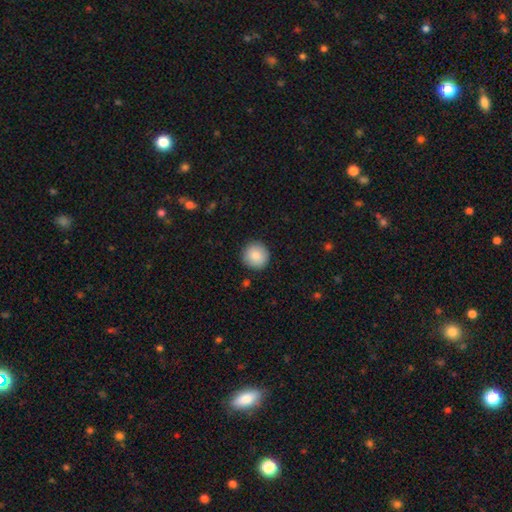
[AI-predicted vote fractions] This is clearly a smooth galaxy (88%). How rounded: clearly round (95%). Merging: clearly none (91%).